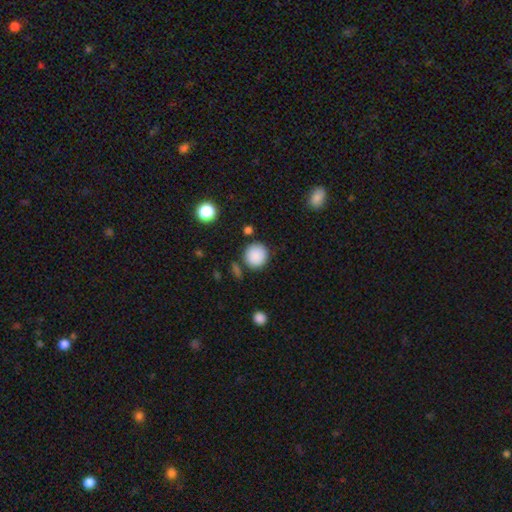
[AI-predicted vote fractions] This is clearly a smooth galaxy (88%). How rounded: clearly round (93%). Merging: clearly none (82%).